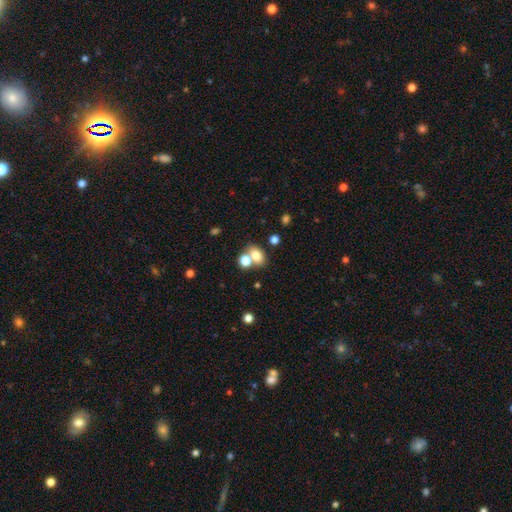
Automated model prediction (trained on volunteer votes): A smooth galaxy with no disk features (76%) that is in between round and cigar-shaped (66%).

Vote fractions:
- Smooth or featured? smooth: 76% / star or artifact: 12% / featured or disk: 12%
- How rounded? in between: 66% / round: 32% / cigar-shaped: 1%
- Merging? none: 50% / merger: 36% / minor disturbance: 10% / major disturbance: 4%